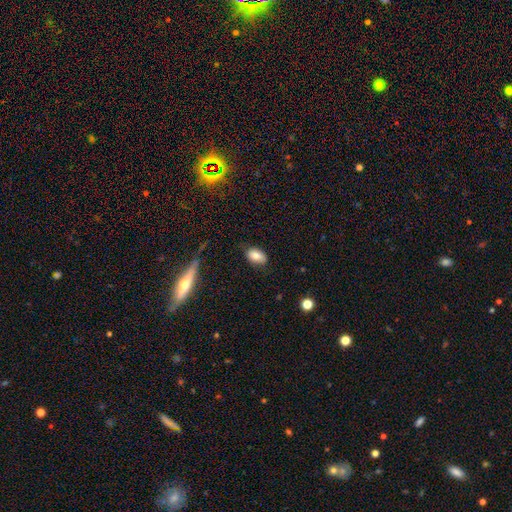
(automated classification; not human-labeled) A smooth galaxy with no disk features (81%) that is in between round and cigar-shaped (90%).

Vote fractions:
- Smooth or featured? smooth: 81% / featured or disk: 11% / star or artifact: 8%
- How rounded? in between: 90% / round: 8% / cigar-shaped: 2%
- Merging? none: 79% / minor disturbance: 16% / major disturbance: 3% / merger: 2%